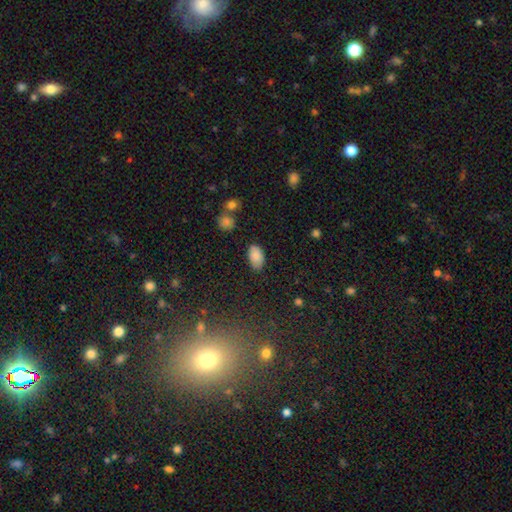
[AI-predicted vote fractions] This appears to be a smooth galaxy with no disk features (86%) that is in between round and cigar-shaped (93%). Merging: none (80%).